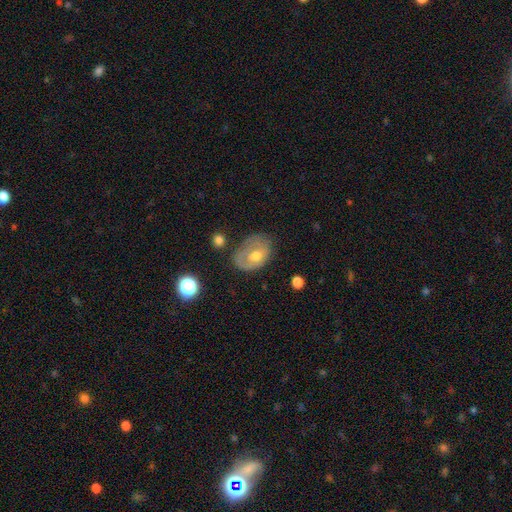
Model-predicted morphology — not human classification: Smooth or featured: featured or disk — 50% (smooth — 42%)
Merging: none — 52% (minor disturbance — 29%)